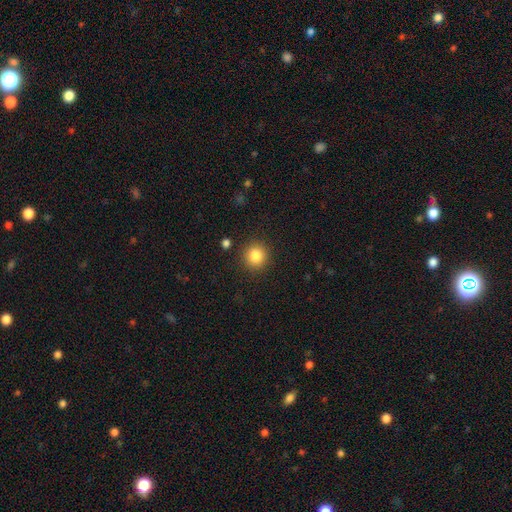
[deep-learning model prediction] This is clearly a smooth galaxy (85%). How rounded: clearly round (91%). Merging: clearly none (89%).